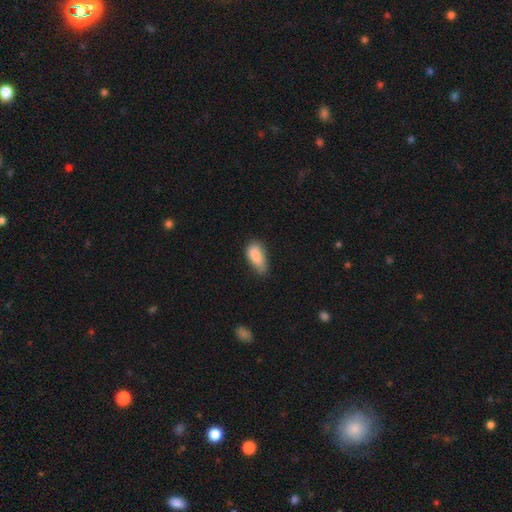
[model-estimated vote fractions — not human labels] Smooth or featured?
  - smooth: 84% *
  - featured or disk: 9%
  - star or artifact: 7%
How rounded?
  - in between: 87% *
  - cigar-shaped: 9%
  - round: 3%
Merging?
  - none: 51% *
  - minor disturbance: 39%
  - major disturbance: 8%
  - merger: 2%